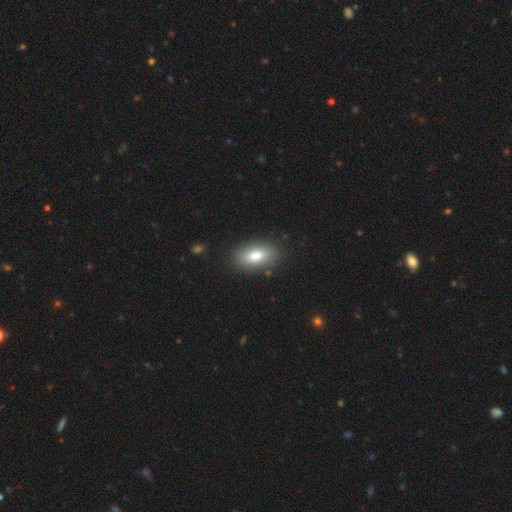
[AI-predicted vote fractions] Q: Smooth or featured?
A: smooth (81%); runner-up: featured or disk (11%)
Q: How rounded?
A: in between (91%); runner-up: round (5%)
Q: Merging?
A: none (86%); runner-up: minor disturbance (10%)